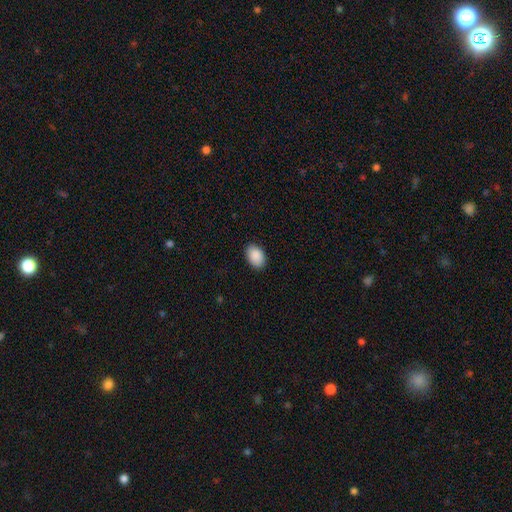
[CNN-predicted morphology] type=smooth (91%); roundness=in between (85%); merging=none (88%).